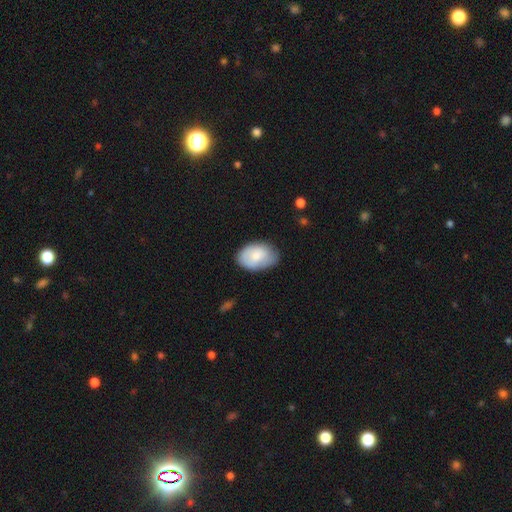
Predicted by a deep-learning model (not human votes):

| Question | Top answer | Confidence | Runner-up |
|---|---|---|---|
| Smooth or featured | smooth | 76% | featured or disk (18%) |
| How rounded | in between | 88% | round (11%) |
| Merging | none | 68% | minor disturbance (25%) |